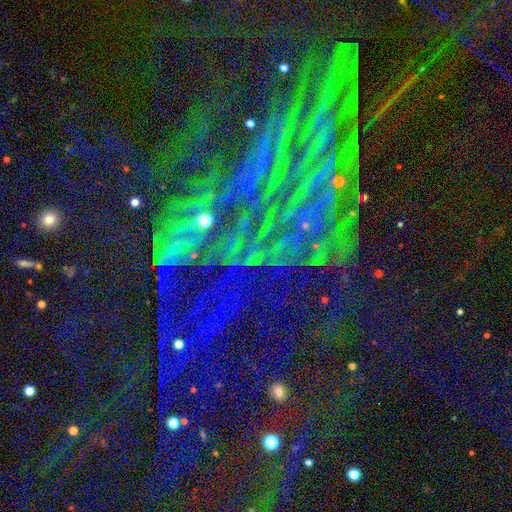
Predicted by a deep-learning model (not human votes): A star or artifact, not a galaxy (84%).

Vote fractions:
- Smooth or featured? star or artifact: 84% / featured or disk: 9% / smooth: 7%